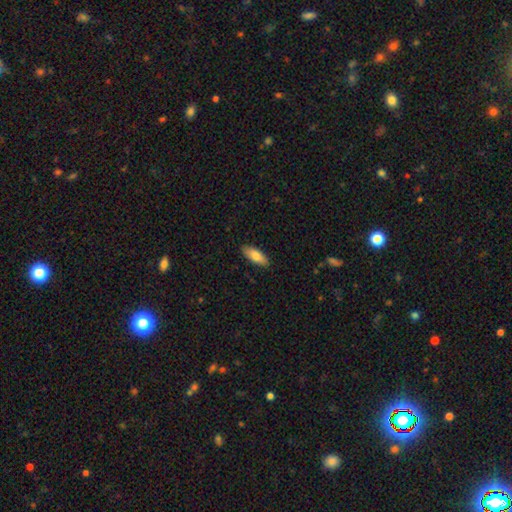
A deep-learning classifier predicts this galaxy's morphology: smooth_or_featured: smooth (p=0.81) [alt: featured or disk p=0.14]
how_rounded: in between (p=0.74) [alt: cigar-shaped p=0.24]
merging: none (p=0.89) [alt: minor disturbance p=0.08]